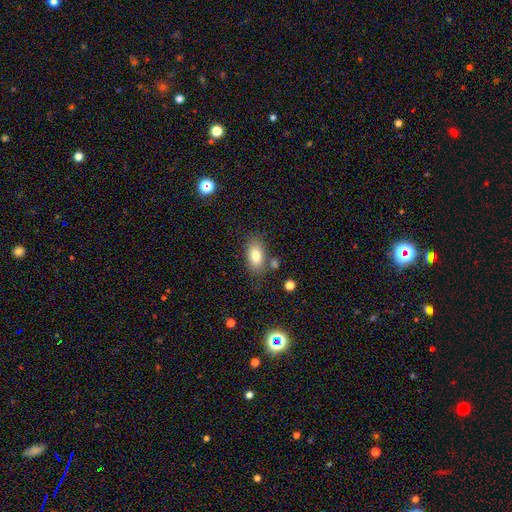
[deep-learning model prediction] Smooth or featured: smooth — 79% (featured or disk — 12%)
How rounded: in between — 89% (round — 8%)
Merging: none — 74% (minor disturbance — 15%)